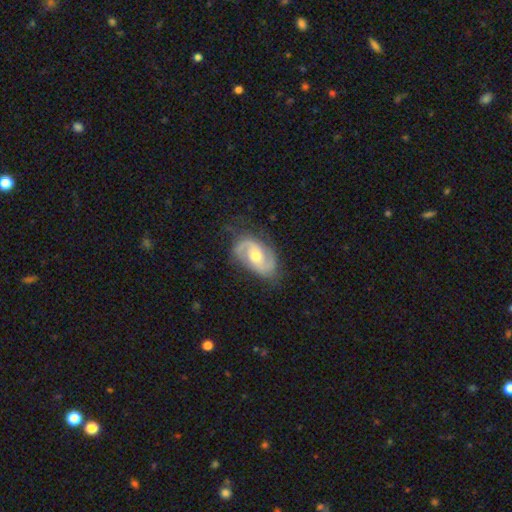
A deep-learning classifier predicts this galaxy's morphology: smooth_or_featured: featured or disk (p=0.85) [alt: smooth p=0.10]
disk_edge_on: no (p=0.97) [alt: yes p=0.03]
bar: no (p=0.53) [alt: weak p=0.37]
has_spiral_arms: yes (p=0.96) [alt: no p=0.04]
spiral_winding: medium (p=0.51) [alt: tight p=0.29]
spiral_arm_count: 2 (p=0.86) [alt: can't tell p=0.05]
bulge_size: moderate (p=0.65) [alt: small p=0.28]
merging: none (p=0.73) [alt: minor disturbance p=0.19]